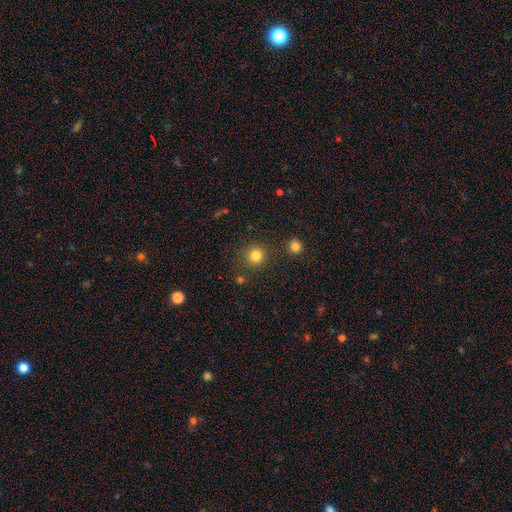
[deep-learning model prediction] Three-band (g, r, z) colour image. It shows a smooth galaxy with no disk features (82%) that is round (92%). Merging: none (86%).